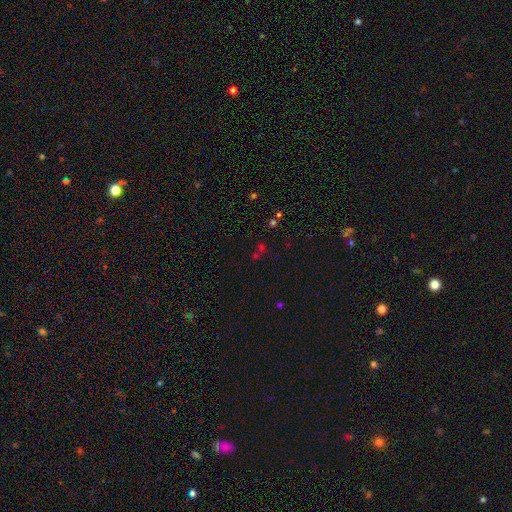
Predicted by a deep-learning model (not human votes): Morphology: type=star or artifact (52%).